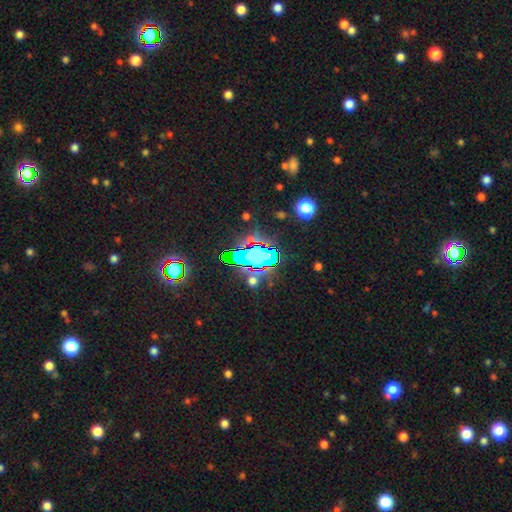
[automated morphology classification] A star or artifact, not a galaxy (59%).

Vote fractions:
- Smooth or featured? star or artifact: 59% / smooth: 25% / featured or disk: 16%